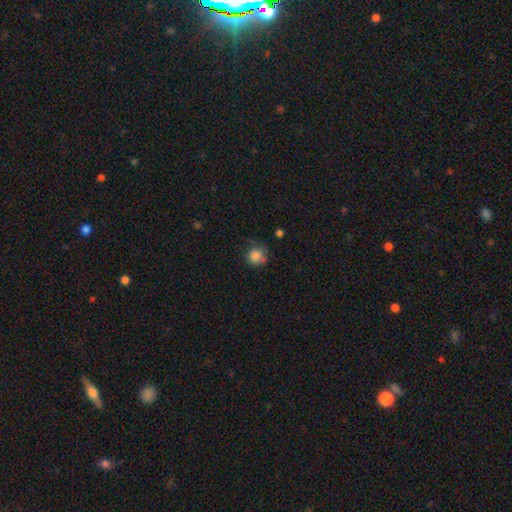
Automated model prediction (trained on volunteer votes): Smooth or featured? Predicted: smooth (p=0.81). How rounded? Predicted: round (p=0.87). Merging? Predicted: none (p=0.54).